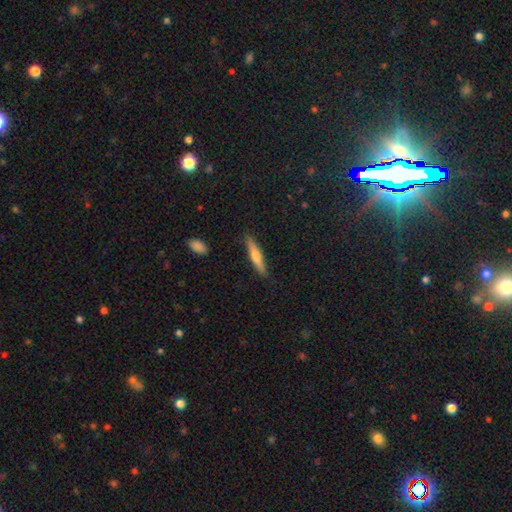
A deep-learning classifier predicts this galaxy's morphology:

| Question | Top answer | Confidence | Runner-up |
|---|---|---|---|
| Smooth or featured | smooth | 55% | featured or disk (39%) |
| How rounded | cigar-shaped | 88% | in between (10%) |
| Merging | none | 88% | minor disturbance (9%) |